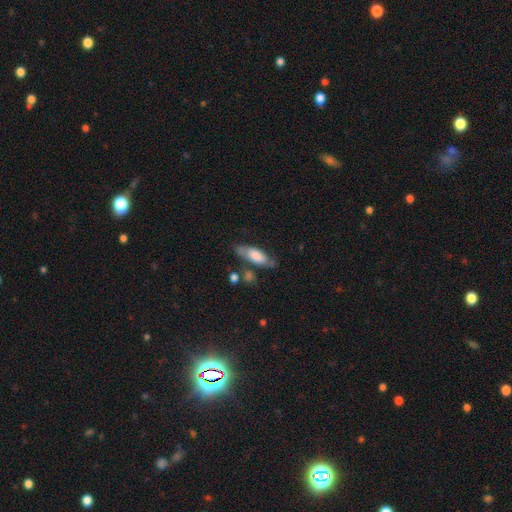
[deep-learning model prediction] Smooth or featured? Predicted: smooth (p=0.63). How rounded? Predicted: in between (p=0.67). Merging? Predicted: none (p=0.59).